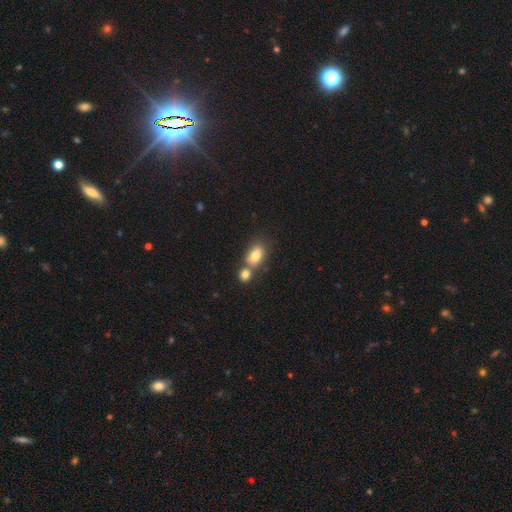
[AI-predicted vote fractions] Morphology: type=smooth (79%); roundness=in between (81%); merging=merger (46%).